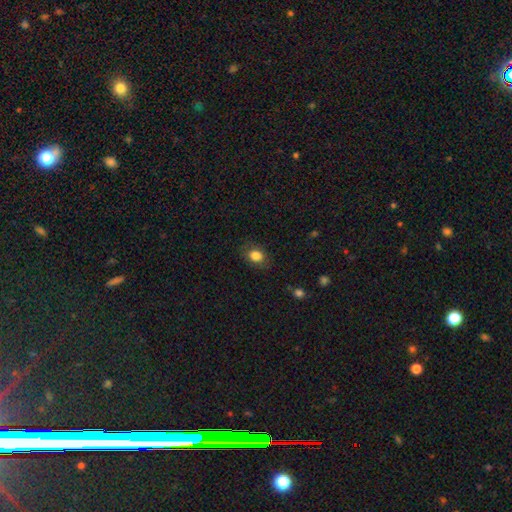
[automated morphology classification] smooth 84%, star or artifact 10%, featured or disk 7%. Down the decision tree: how rounded — in between (53%); merging — none (81%).